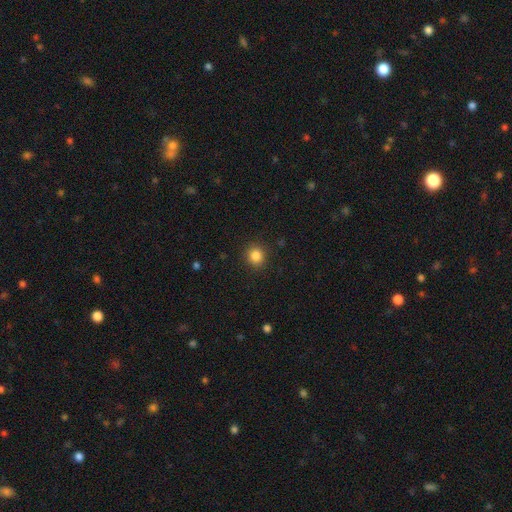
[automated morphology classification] A smooth galaxy with no disk features (85%) that is round (87%). Merging: none (90%).